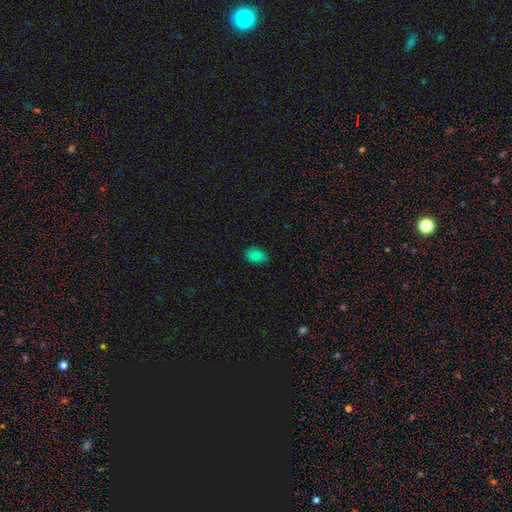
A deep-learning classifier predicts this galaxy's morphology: Smooth or featured? smooth (84%)
How rounded? in between (86%)
Merging? none (82%)